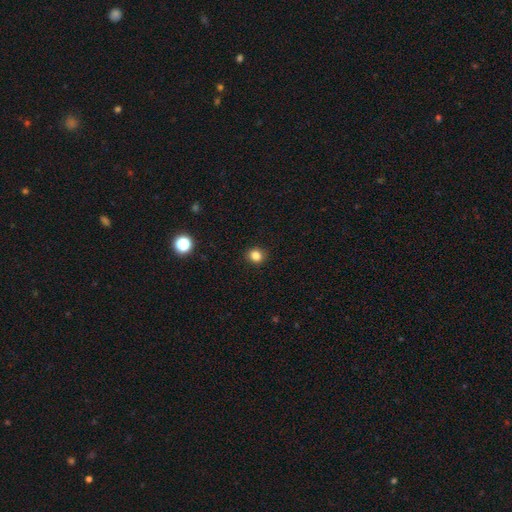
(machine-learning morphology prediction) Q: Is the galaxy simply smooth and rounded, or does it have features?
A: smooth — 83%.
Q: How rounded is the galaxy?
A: round — 79%.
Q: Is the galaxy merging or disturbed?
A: none — 91%.